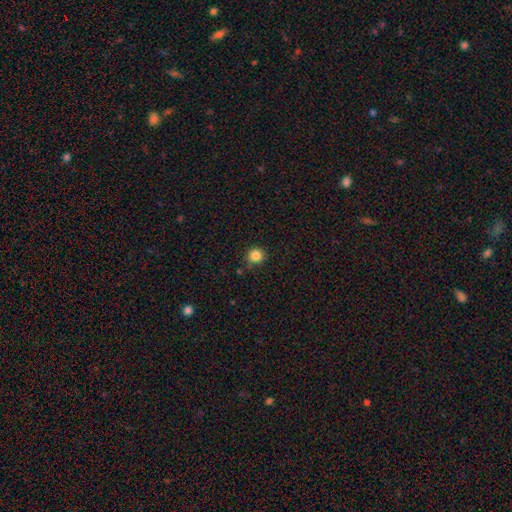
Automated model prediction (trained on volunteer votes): A smooth galaxy with no disk features (85%) that is round (93%). Merging: none (85%).